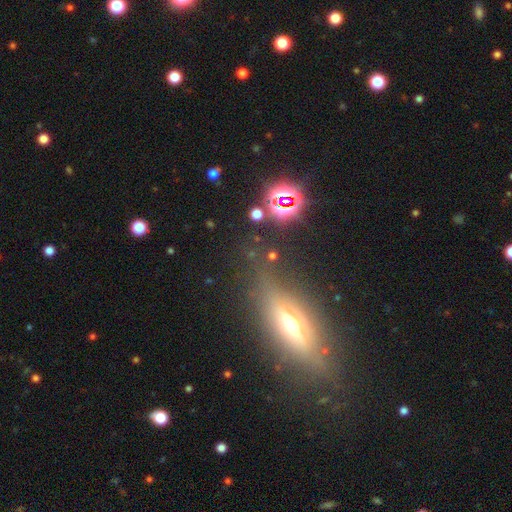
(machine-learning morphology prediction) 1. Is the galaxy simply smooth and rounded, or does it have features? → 44% featured or disk, 35% smooth, 21% star or artifact.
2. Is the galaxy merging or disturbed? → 75% none, 14% minor disturbance, 7% major disturbance, 4% merger.